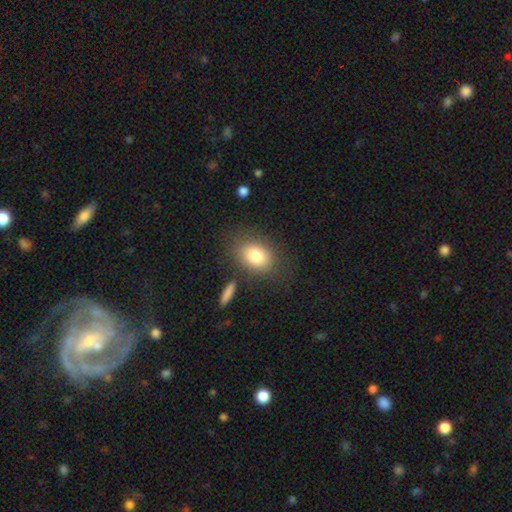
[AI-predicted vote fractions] Smooth or featured? smooth (80%)
How rounded? in between (65%)
Merging? none (77%)